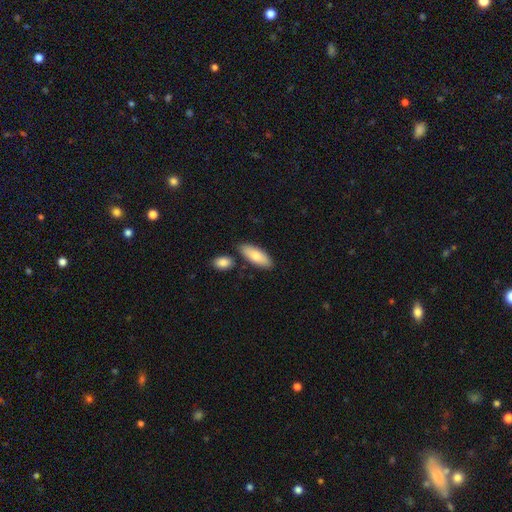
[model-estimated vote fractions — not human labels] Smooth or featured? Predicted: smooth (p=0.77). How rounded? Predicted: in between (p=0.76). Merging? Predicted: none (p=0.79).